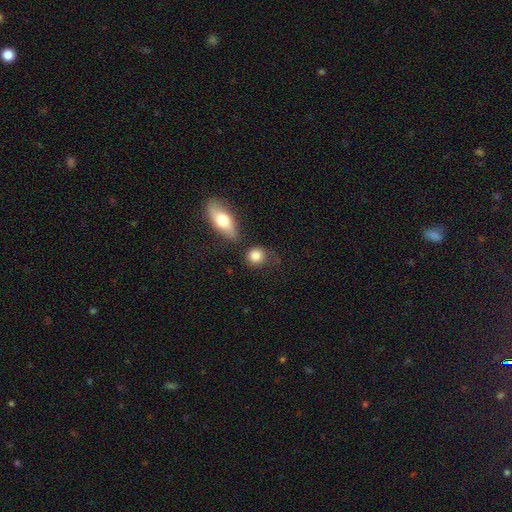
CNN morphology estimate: smooth_or_featured: smooth (p=0.84) [alt: featured or disk p=0.08]
how_rounded: round (p=0.74) [alt: in between p=0.24]
merging: none (p=0.67) [alt: minor disturbance p=0.15]